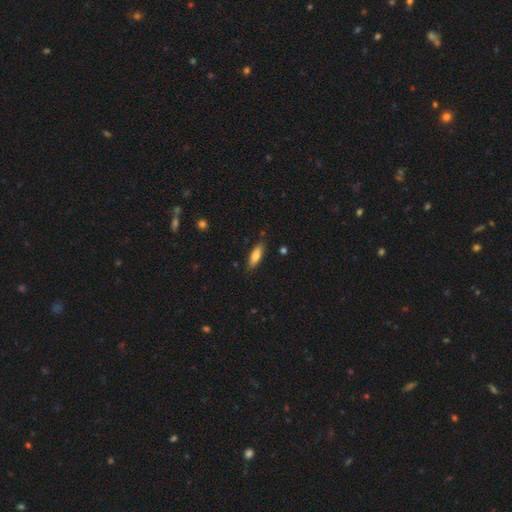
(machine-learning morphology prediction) Smooth or featured?
  - smooth: 78% *
  - featured or disk: 15%
  - star or artifact: 6%
How rounded?
  - in between: 58% *
  - cigar-shaped: 40%
  - round: 2%
Merging?
  - none: 84% *
  - minor disturbance: 12%
  - major disturbance: 2%
  - merger: 1%